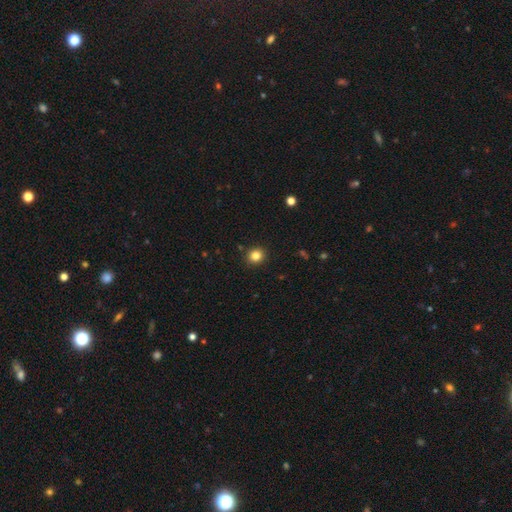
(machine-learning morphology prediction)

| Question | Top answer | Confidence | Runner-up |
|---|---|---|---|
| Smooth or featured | smooth | 83% | star or artifact (12%) |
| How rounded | round | 88% | in between (12%) |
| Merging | none | 91% | minor disturbance (6%) |